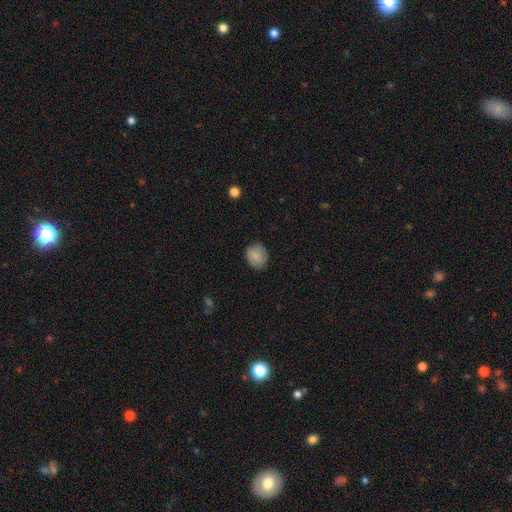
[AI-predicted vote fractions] Morphology: type=smooth (85%); roundness=round (68%); merging=none (82%).